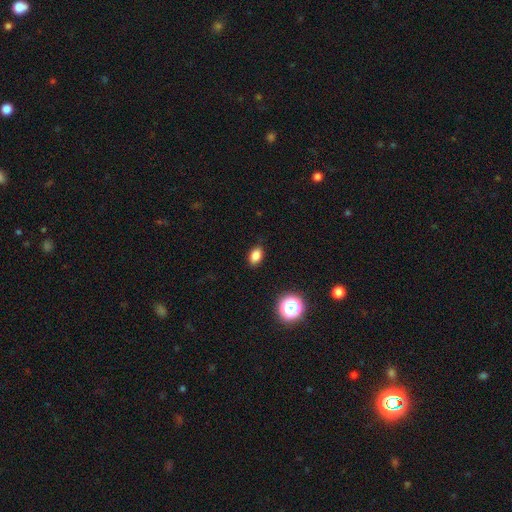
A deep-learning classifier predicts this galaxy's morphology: This is clearly a smooth galaxy (83%). How rounded: clearly in between (82%). Merging: clearly none (88%).